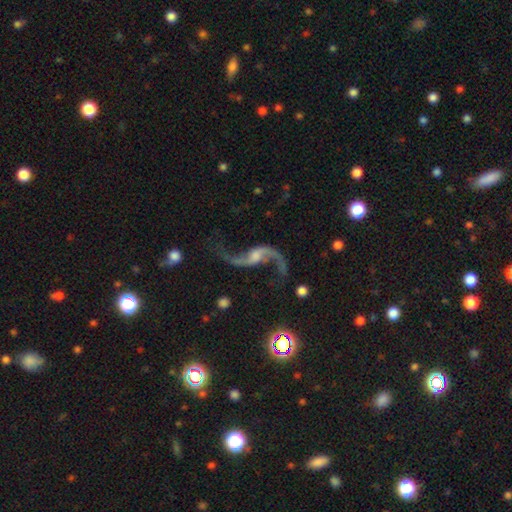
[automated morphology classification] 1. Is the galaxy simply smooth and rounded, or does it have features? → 89% featured or disk, 7% star or artifact, 4% smooth.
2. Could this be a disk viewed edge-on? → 95% no, 5% yes.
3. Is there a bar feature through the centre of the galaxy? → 46% no, 39% weak, 15% strong.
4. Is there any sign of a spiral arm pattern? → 97% yes, 3% no.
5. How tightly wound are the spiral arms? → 93% loose, 5% medium, 2% tight.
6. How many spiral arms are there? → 93% 2, 2% 1, 1% can't tell, 1% 3, 1% 4, 1% more than 4.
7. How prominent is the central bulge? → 42% small, 31% moderate, 19% none, 6% large, 2% dominant.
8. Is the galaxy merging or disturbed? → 70% none, 14% minor disturbance, 12% major disturbance, 4% merger.